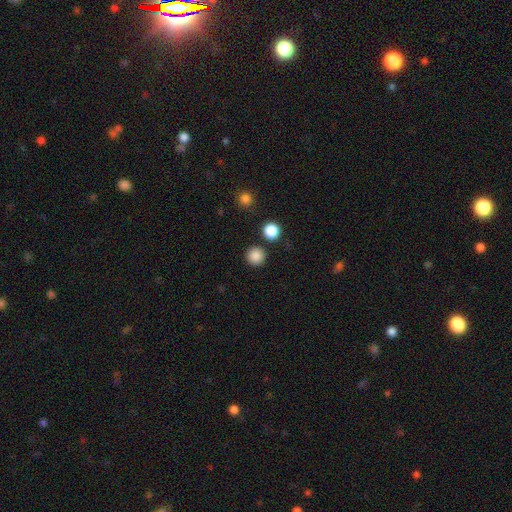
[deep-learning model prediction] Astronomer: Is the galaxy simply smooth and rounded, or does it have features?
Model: smooth — 86%.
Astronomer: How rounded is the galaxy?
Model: round — 95%.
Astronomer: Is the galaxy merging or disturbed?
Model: none — 90%.